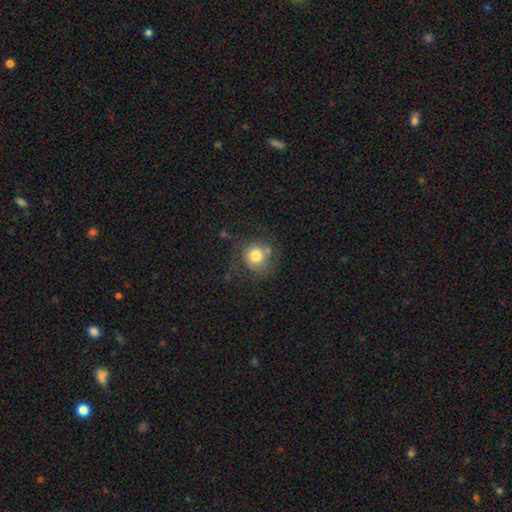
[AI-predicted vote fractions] Smooth or featured? smooth (73%)
How rounded? round (90%)
Merging? none (63%)